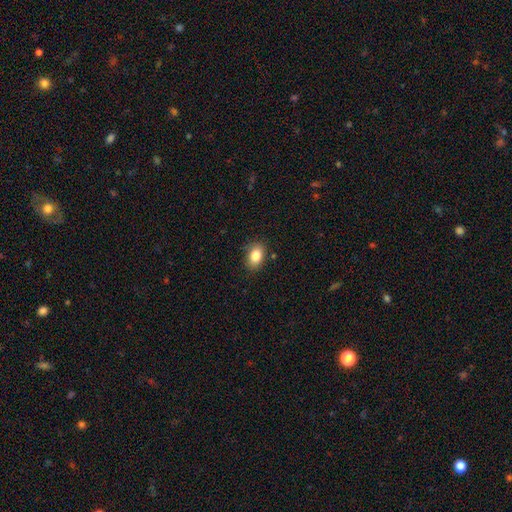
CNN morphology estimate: This appears to be a smooth galaxy with no disk features (84%) that is in between round and cigar-shaped (79%). Merging: none (83%).